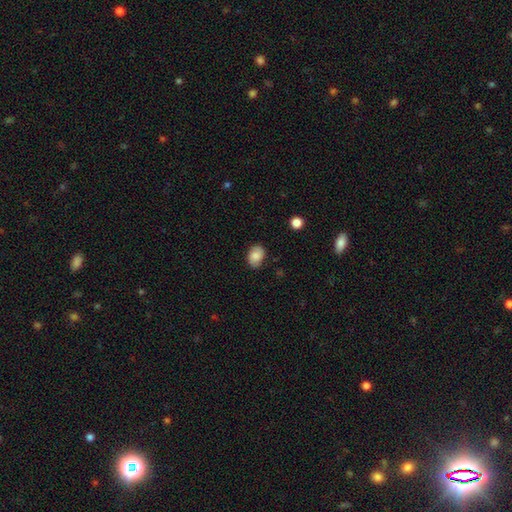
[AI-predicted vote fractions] The model was most divided on "how rounded": in between: 76%, round: 23%, cigar-shaped: 1%. More confident: merging — none (79%); smooth or featured — smooth (77%).